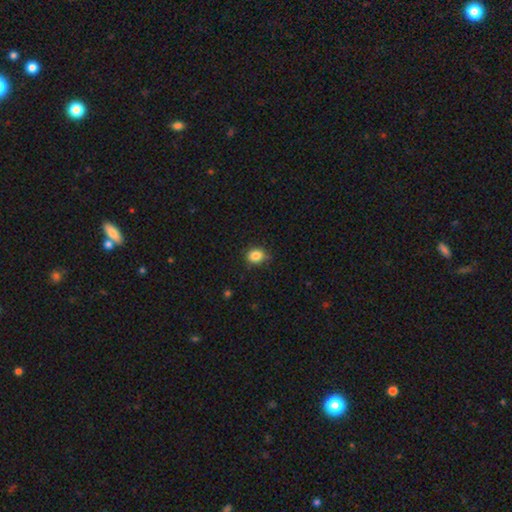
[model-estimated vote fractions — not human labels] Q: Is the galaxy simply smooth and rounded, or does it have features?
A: smooth — 85%.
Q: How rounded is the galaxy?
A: round — 60%.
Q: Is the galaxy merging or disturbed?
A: none — 78%.